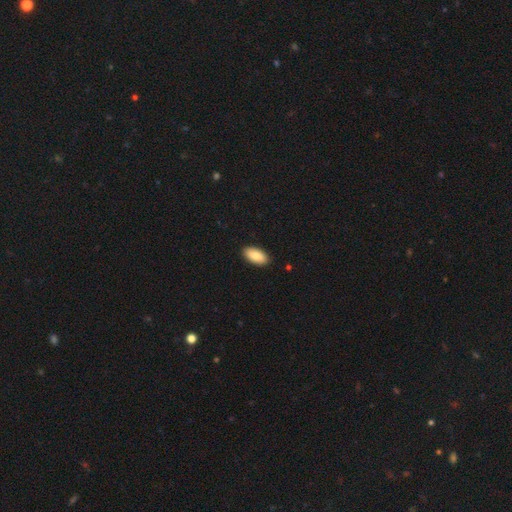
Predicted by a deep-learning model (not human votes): This is clearly a smooth galaxy (86%). How rounded: clearly in between (93%). Merging: clearly none (91%).